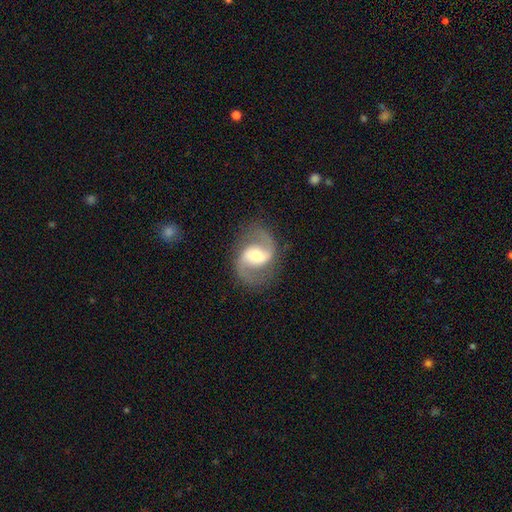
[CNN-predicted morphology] The model was most divided on "spiral winding": medium: 52%, loose: 38%, tight: 10%. Remaining: edge-on disk — no (98%); spiral arms — yes (97%); spiral arm count — 2 (94%); smooth or featured — featured or disk (89%); merging — none (83%); bulge size — moderate (61%); bar — weak (45%).